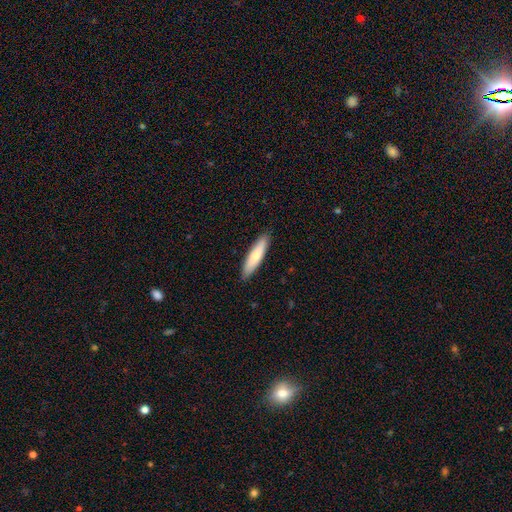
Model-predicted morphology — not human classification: A smooth galaxy with no disk features (71%) that is cigar-shaped (75%).

Vote fractions:
- Smooth or featured? smooth: 71% / featured or disk: 24% / star or artifact: 5%
- How rounded? cigar-shaped: 75% / in between: 24% / round: 1%
- Merging? none: 89% / minor disturbance: 9% / major disturbance: 2% / merger: 1%